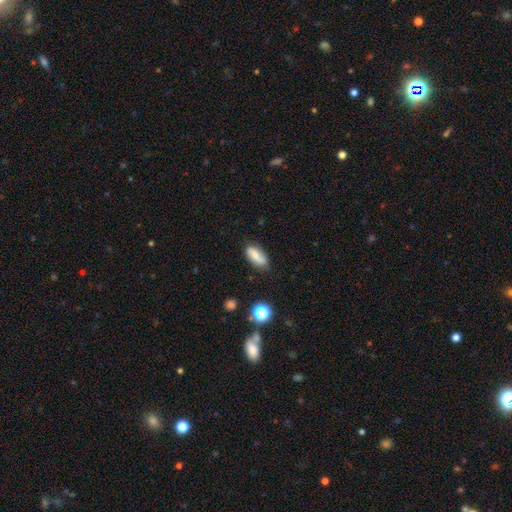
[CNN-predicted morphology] smooth 70%, featured or disk 21%, star or artifact 9%. Down the decision tree: how rounded — in between (78%); merging — none (76%).